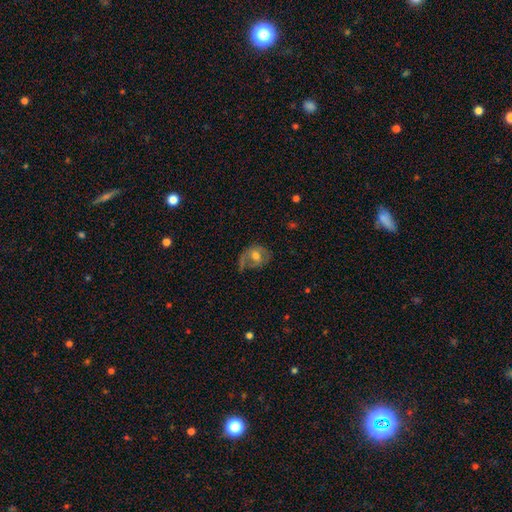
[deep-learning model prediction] Overall: smooth (47%; featured or disk 46%). Merging: none (39%; minor disturbance 31%).